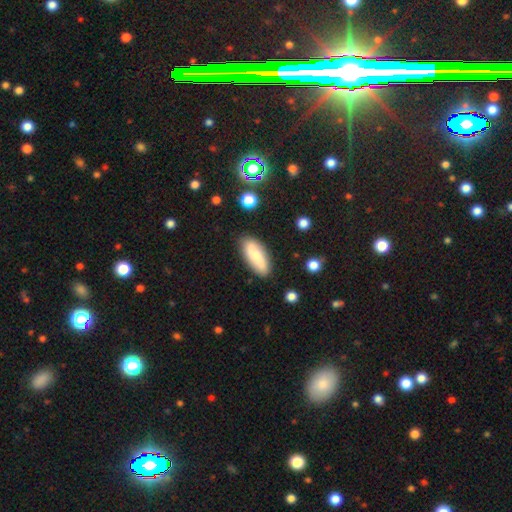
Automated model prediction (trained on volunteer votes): Q: Smooth or featured?
A: smooth (64%); runner-up: featured or disk (29%)
Q: How rounded?
A: in between (76%); runner-up: cigar-shaped (22%)
Q: Merging?
A: none (84%); runner-up: minor disturbance (11%)